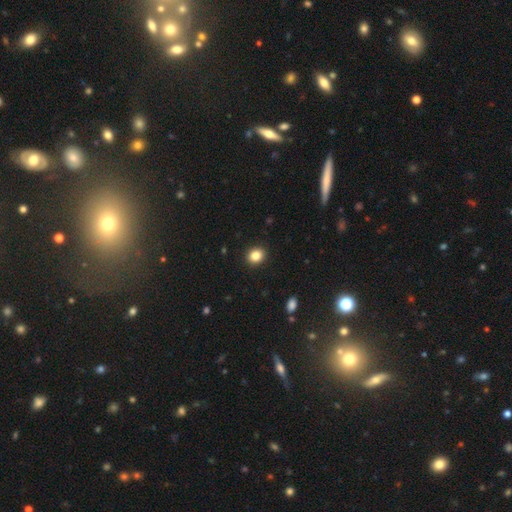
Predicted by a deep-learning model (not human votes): Smooth or featured? Predicted: smooth (p=0.85). How rounded? Predicted: round (p=0.69). Merging? Predicted: none (p=0.92).